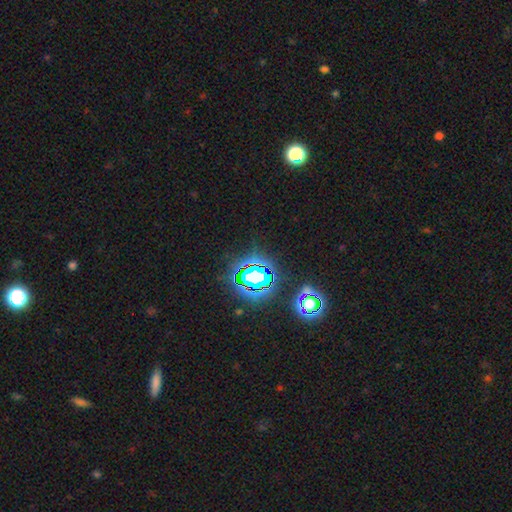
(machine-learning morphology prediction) A star or artifact, not a galaxy (77%).